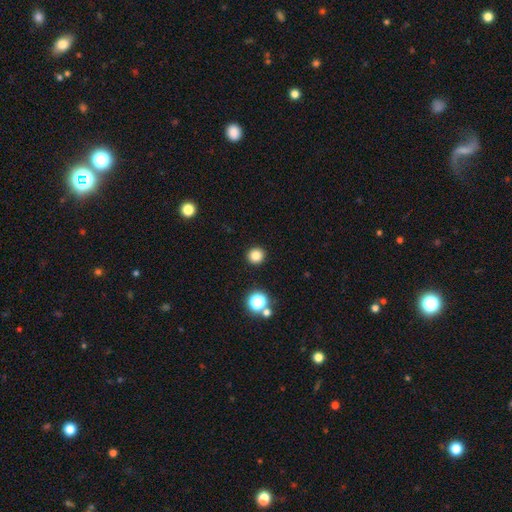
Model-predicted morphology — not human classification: smooth-or-featured: smooth: 82% | star or artifact: 14% | featured or disk: 5%
  how-rounded: round: 94% | in between: 5% | cigar-shaped: 1%
  merging: none: 92% | minor disturbance: 4% | merger: 2% | major disturbance: 2%